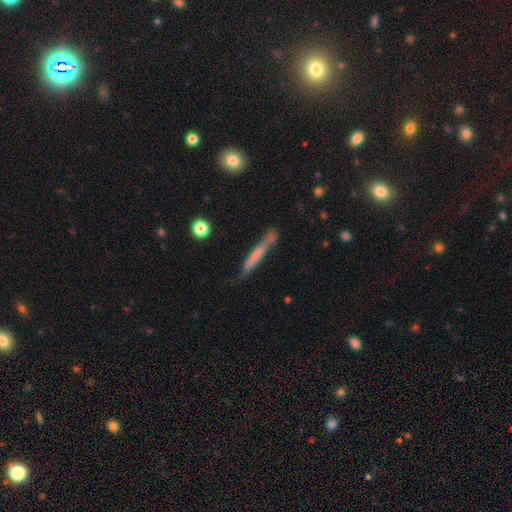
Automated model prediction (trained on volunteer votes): The model was most divided on "smooth or featured": smooth: 63%, featured or disk: 30%, star or artifact: 7%. More confident: how rounded — cigar-shaped (95%); merging — none (65%).